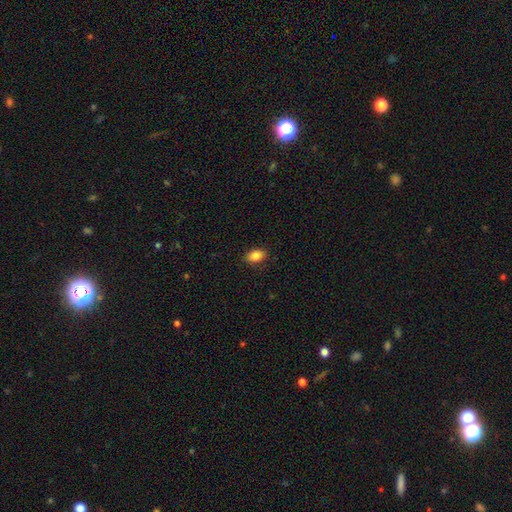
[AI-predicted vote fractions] A smooth galaxy with no disk features (86%) that is in between round and cigar-shaped (87%). Merging: none (88%).